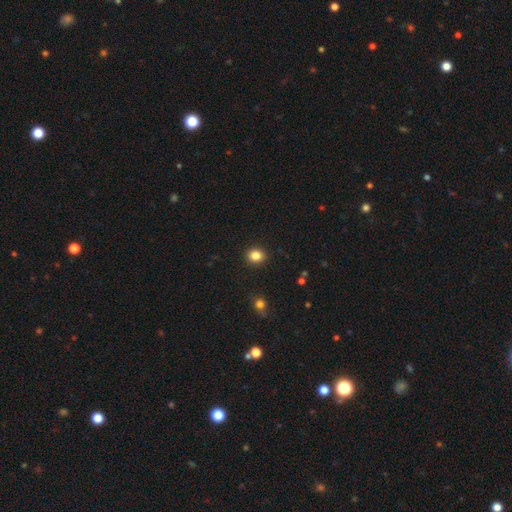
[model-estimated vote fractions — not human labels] Smooth or featured?
  - smooth: 85% *
  - star or artifact: 11%
  - featured or disk: 5%
How rounded?
  - round: 69% *
  - in between: 30%
  - cigar-shaped: 1%
Merging?
  - none: 91% *
  - minor disturbance: 6%
  - major disturbance: 2%
  - merger: 1%